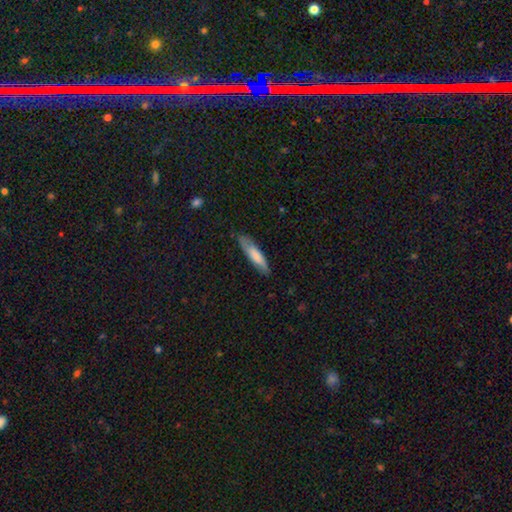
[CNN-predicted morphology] smooth-or-featured: smooth: 75% | featured or disk: 20% | star or artifact: 5%
  how-rounded: cigar-shaped: 74% | in between: 25% | round: 1%
  merging: none: 79% | minor disturbance: 17% | major disturbance: 3% | merger: 1%